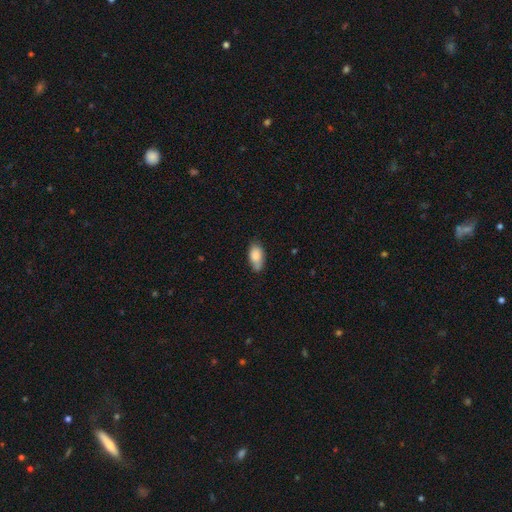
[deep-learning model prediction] Smooth or featured? smooth (83%)
How rounded? in between (91%)
Merging? none (62%)